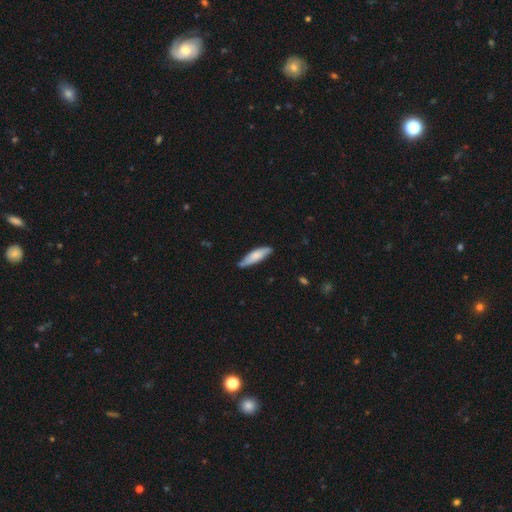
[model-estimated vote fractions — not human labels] Smooth or featured: smooth — 69% (featured or disk — 26%)
How rounded: cigar-shaped — 62% (in between — 37%)
Merging: none — 73% (minor disturbance — 22%)